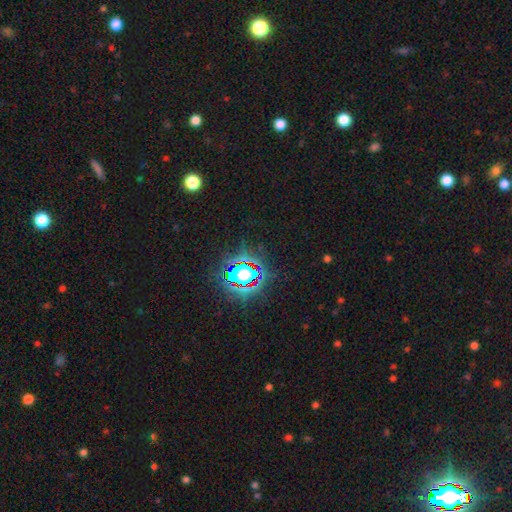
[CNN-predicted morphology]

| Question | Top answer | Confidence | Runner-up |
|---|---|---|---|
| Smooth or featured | star or artifact | 85% | smooth (9%) |